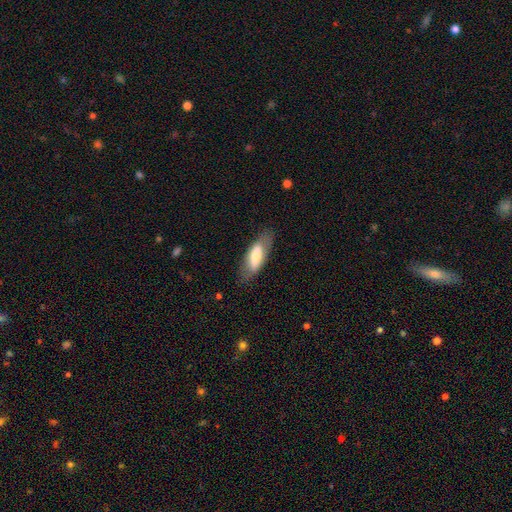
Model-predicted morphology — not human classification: Smooth or featured?
  - smooth: 60% *
  - featured or disk: 33%
  - star or artifact: 6%
How rounded?
  - in between: 70% *
  - cigar-shaped: 27%
  - round: 2%
Merging?
  - none: 74% *
  - minor disturbance: 18%
  - major disturbance: 6%
  - merger: 2%